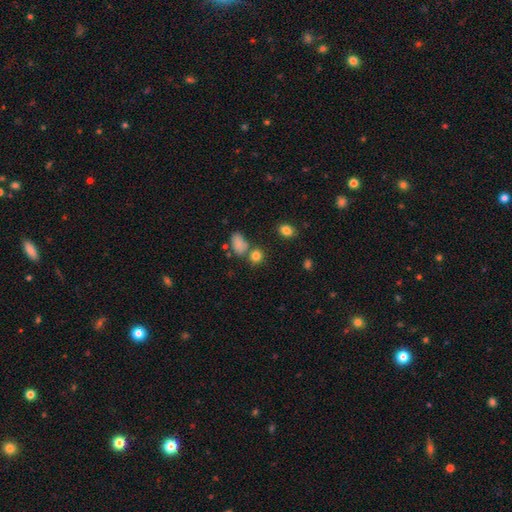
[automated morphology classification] Q: Smooth or featured?
A: smooth (82%); runner-up: star or artifact (12%)
Q: How rounded?
A: round (70%); runner-up: in between (29%)
Q: Merging?
A: none (65%); runner-up: merger (19%)